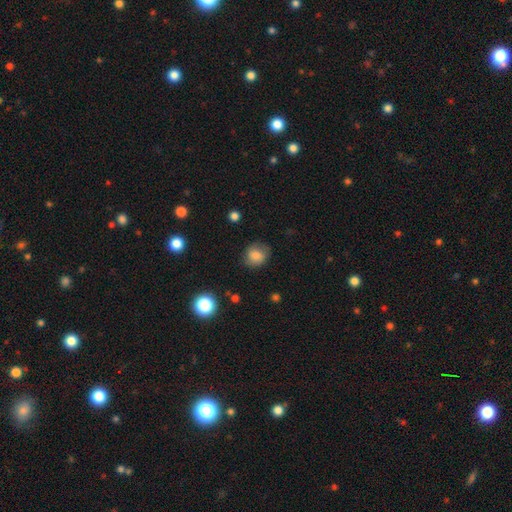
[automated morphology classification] Smooth or featured: smooth — 80% (featured or disk — 10%)
How rounded: round — 72% (in between — 27%)
Merging: none — 75% (minor disturbance — 18%)